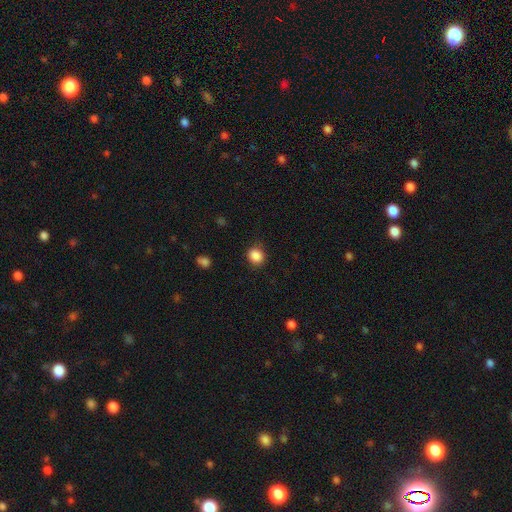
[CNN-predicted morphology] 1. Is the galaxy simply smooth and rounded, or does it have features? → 88% smooth, 9% star or artifact, 3% featured or disk.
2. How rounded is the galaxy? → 76% round, 23% in between, 1% cigar-shaped.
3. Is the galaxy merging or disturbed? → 84% none, 11% minor disturbance, 3% major disturbance, 1% merger.